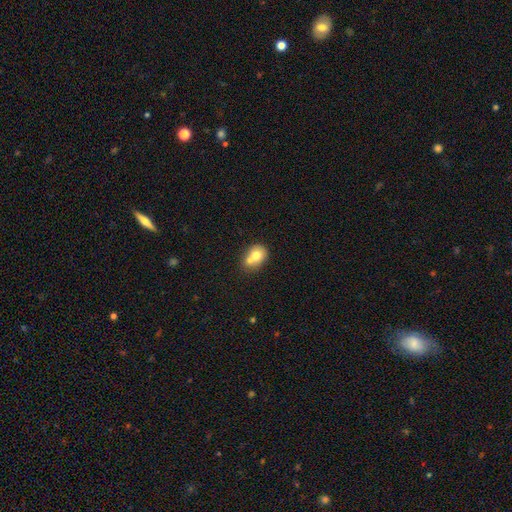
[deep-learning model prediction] Smooth or featured? smooth (70%)
How rounded? round (51%)
Merging? merger (54%)